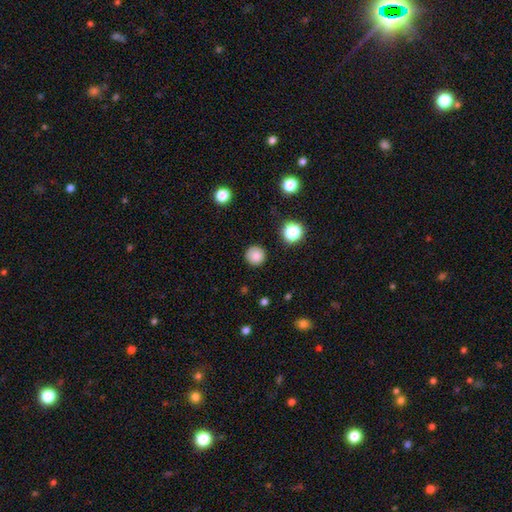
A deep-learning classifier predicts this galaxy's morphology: Smooth or featured: smooth — 84% (star or artifact — 12%)
How rounded: round — 95% (in between — 4%)
Merging: none — 90% (minor disturbance — 6%)